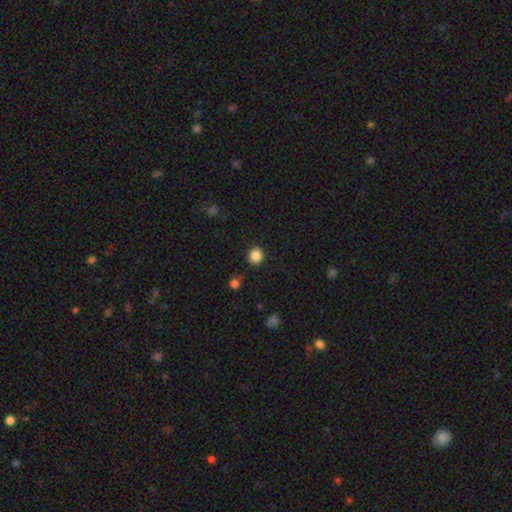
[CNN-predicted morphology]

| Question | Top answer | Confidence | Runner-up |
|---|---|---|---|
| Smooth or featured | smooth | 86% | star or artifact (11%) |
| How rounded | round | 84% | in between (15%) |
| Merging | none | 88% | minor disturbance (8%) |